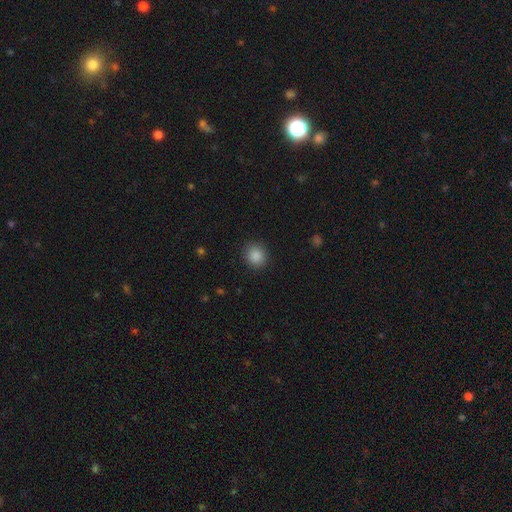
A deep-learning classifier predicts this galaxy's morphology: This appears to be a smooth galaxy with no disk features (87%) that is round (86%). Merging: none (90%).